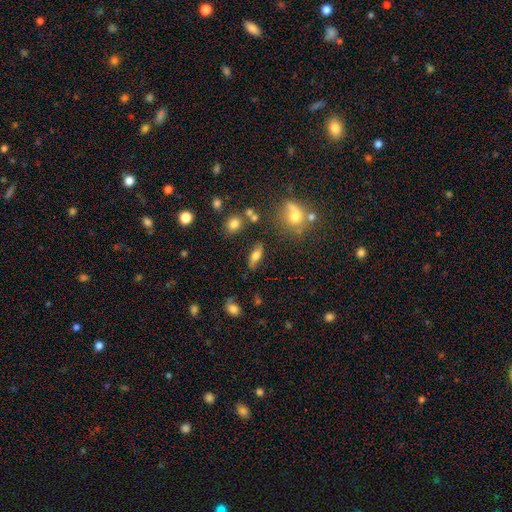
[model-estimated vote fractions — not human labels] smooth_or_featured: smooth (p=0.62) [alt: featured or disk p=0.28]
how_rounded: in between (p=0.67) [alt: cigar-shaped p=0.24]
merging: none (p=0.76) [alt: minor disturbance p=0.15]